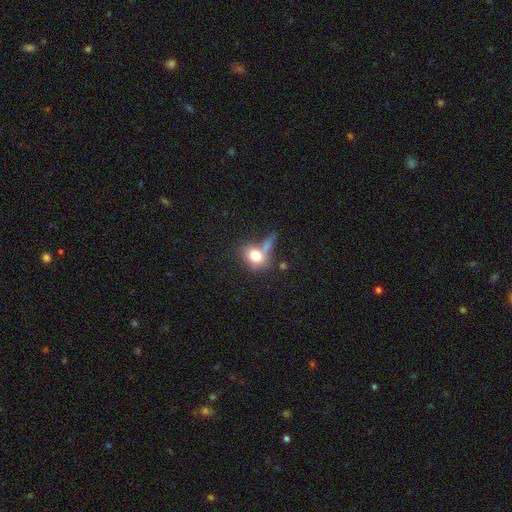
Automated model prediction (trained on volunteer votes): smooth 76%, featured or disk 15%, star or artifact 9%. Down the decision tree: how rounded — in between (65%); merging — none (32%).